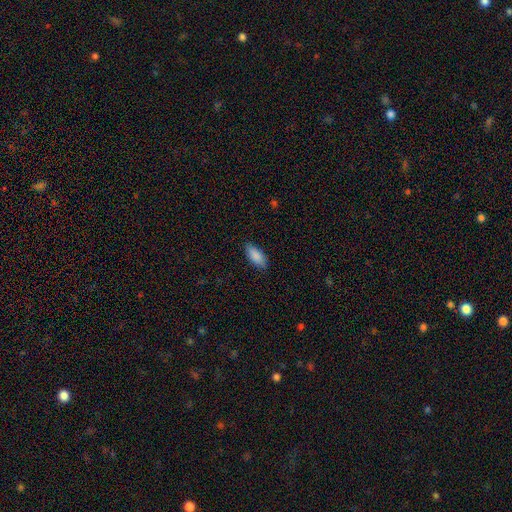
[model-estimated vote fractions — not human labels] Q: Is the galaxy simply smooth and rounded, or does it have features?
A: smooth — 88%.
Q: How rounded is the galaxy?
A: in between — 81%.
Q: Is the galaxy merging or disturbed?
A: none — 86%.